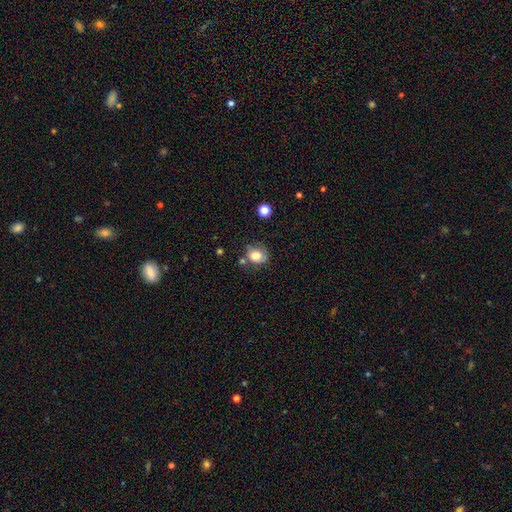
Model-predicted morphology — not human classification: This appears to be a smooth galaxy with no disk features (78%) that is round (61%). Merging: none (57%).